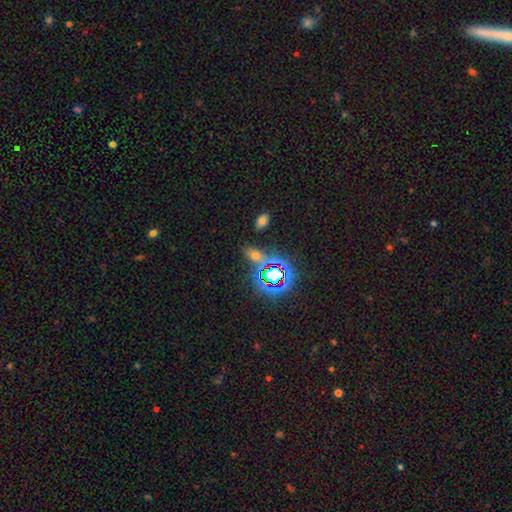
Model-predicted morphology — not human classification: This appears to be a star or artifact, not a galaxy (47%).